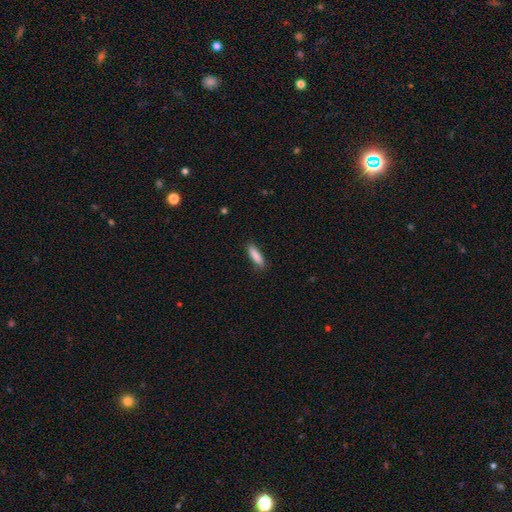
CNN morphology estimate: smooth 87%, featured or disk 6%, star or artifact 6%. Down the decision tree: how rounded — cigar-shaped (66%); merging — none (85%).